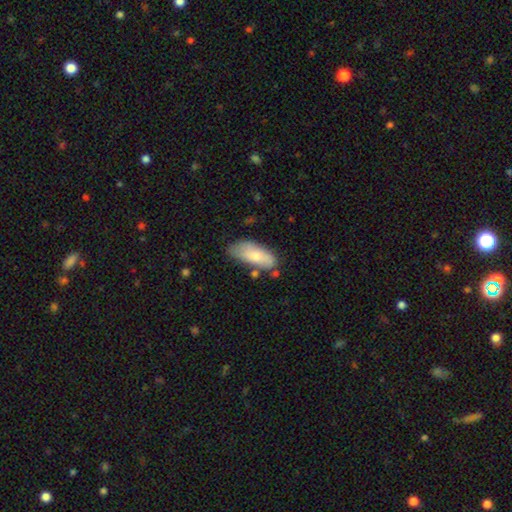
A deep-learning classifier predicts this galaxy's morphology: This is likely a smooth galaxy (71%). How rounded: clearly in between (84%). Merging: possibly none (57%).